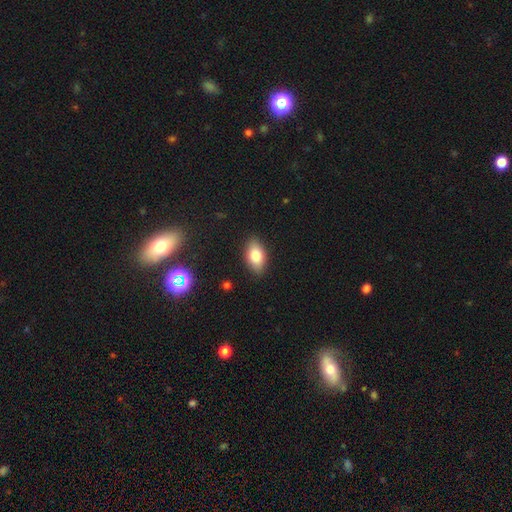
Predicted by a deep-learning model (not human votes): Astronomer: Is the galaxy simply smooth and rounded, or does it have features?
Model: smooth — 81%.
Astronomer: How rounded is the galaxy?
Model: in between — 92%.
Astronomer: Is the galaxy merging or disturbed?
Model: none — 86%.